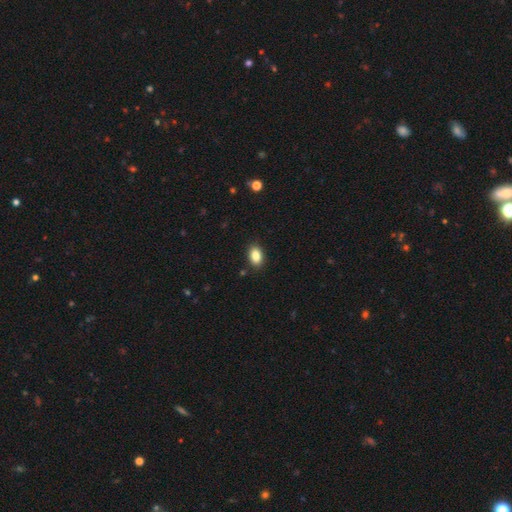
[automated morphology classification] The model was most divided on "how rounded": in between: 87%, round: 11%, cigar-shaped: 2%. More confident: merging — none (88%); smooth or featured — smooth (86%).